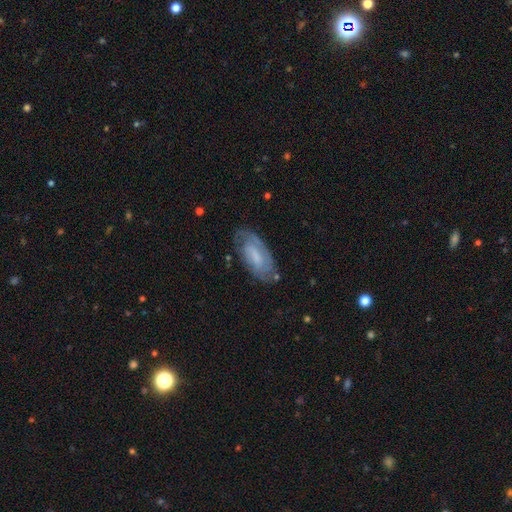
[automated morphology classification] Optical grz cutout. It shows a featured or disk galaxy (65%) with a weak bar (48%), 2 (46%) tight (55%) spiral arms (85%) and a small central bulge (37%). Merging: none (69%).